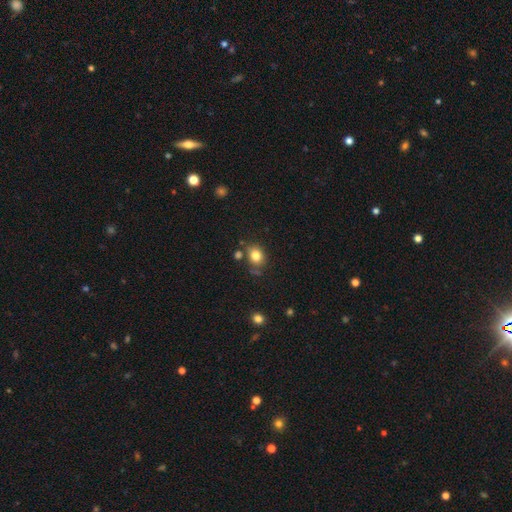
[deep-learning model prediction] A smooth galaxy with no disk features (81%) that is round (56%).

Vote fractions:
- Smooth or featured? smooth: 81% / star or artifact: 11% / featured or disk: 8%
- How rounded? round: 56% / in between: 43% / cigar-shaped: 1%
- Merging? none: 72% / minor disturbance: 14% / merger: 9% / major disturbance: 4%